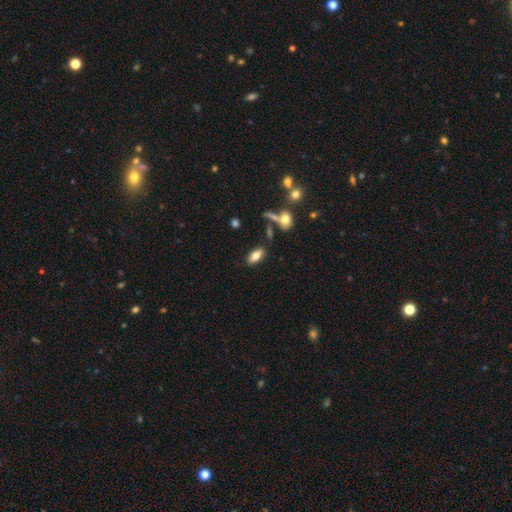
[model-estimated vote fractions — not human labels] Smooth or featured? Predicted: smooth (p=0.75). How rounded? Predicted: in between (p=0.86). Merging? Predicted: none (p=0.77).